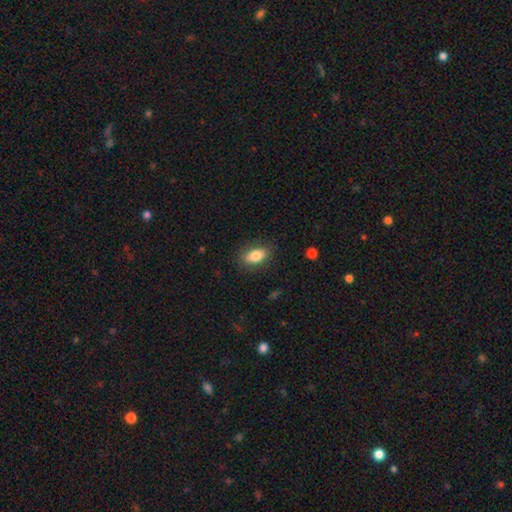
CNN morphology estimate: Smooth or featured: smooth — 81% (featured or disk — 11%)
How rounded: in between — 88% (cigar-shaped — 6%)
Merging: none — 84% (minor disturbance — 11%)